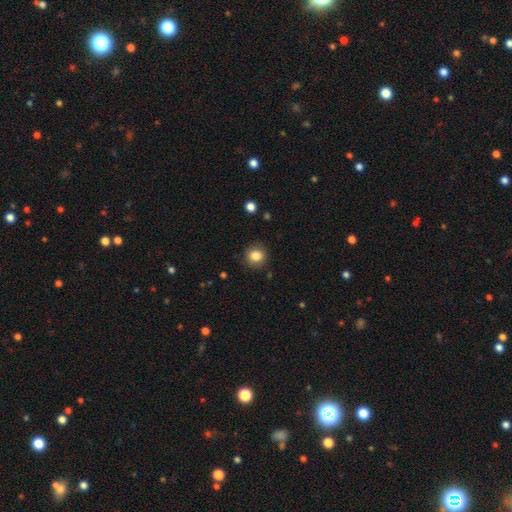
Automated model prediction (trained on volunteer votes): smooth-or-featured: smooth: 84% | star or artifact: 10% | featured or disk: 6%
  how-rounded: round: 86% | in between: 13% | cigar-shaped: 1%
  merging: none: 86% | minor disturbance: 10% | major disturbance: 3% | merger: 1%